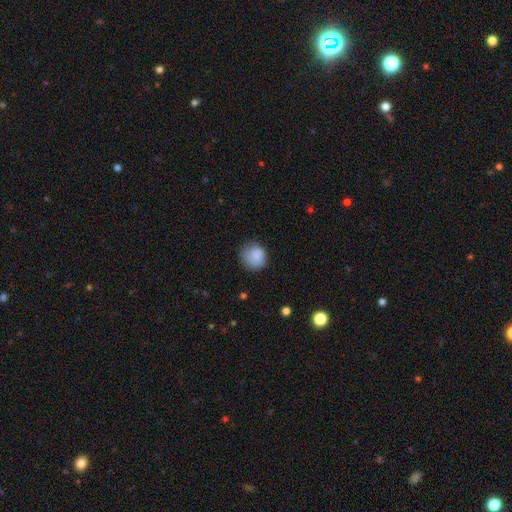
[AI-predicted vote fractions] smooth_or_featured: smooth (p=0.84) [alt: star or artifact p=0.08]
how_rounded: round (p=0.85) [alt: in between p=0.14]
merging: none (p=0.71) [alt: minor disturbance p=0.21]